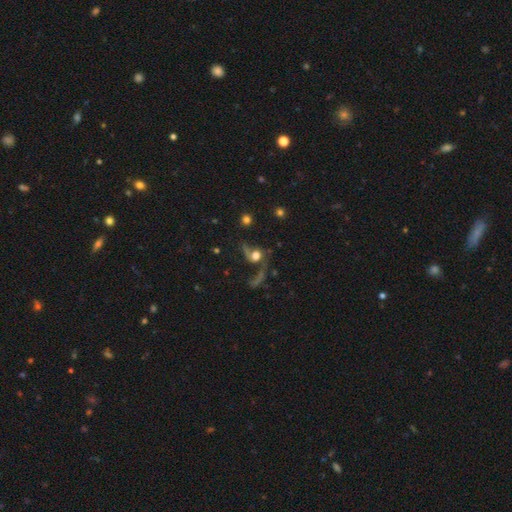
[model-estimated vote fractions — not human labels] Smooth or featured: featured or disk — 49% (smooth — 36%)
Merging: none — 40% (major disturbance — 33%)